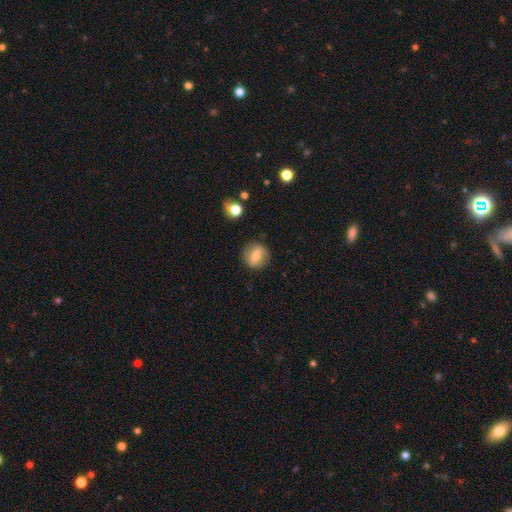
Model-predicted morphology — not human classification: A smooth galaxy with no disk features (64%) that is round (83%).

Vote fractions:
- Smooth or featured? smooth: 64% / featured or disk: 27% / star or artifact: 9%
- How rounded? round: 83% / in between: 16% / cigar-shaped: 2%
- Merging? none: 87% / minor disturbance: 9% / major disturbance: 3% / merger: 2%